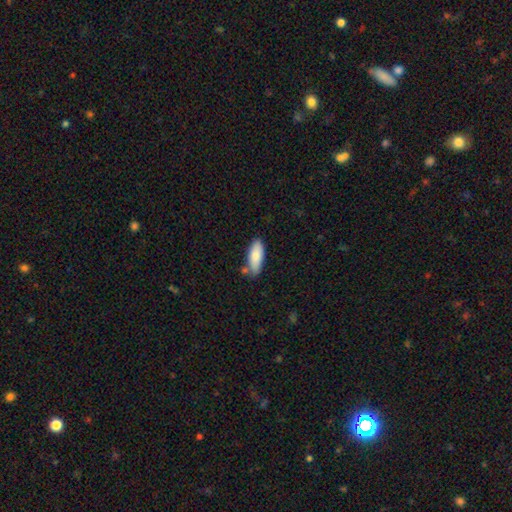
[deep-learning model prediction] The model was most divided on "how rounded": in between: 74%, cigar-shaped: 24%, round: 2%. More confident: smooth or featured — smooth (83%); merging — none (73%).